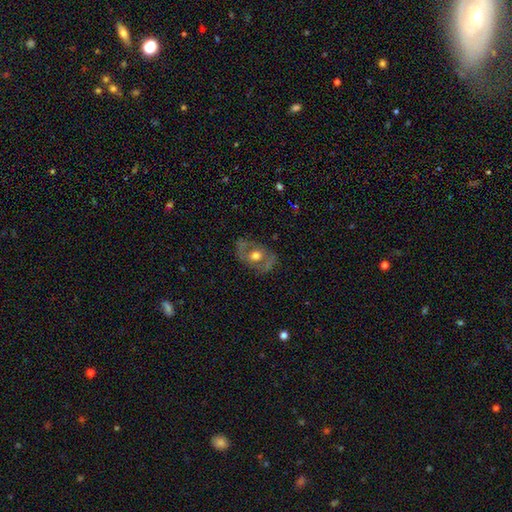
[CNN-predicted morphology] type=featured or disk (57%); edge-on=no (92%); bar=no (78%); spiral arms=no (71%); bulge=moderate (70%); merging=none (68%).